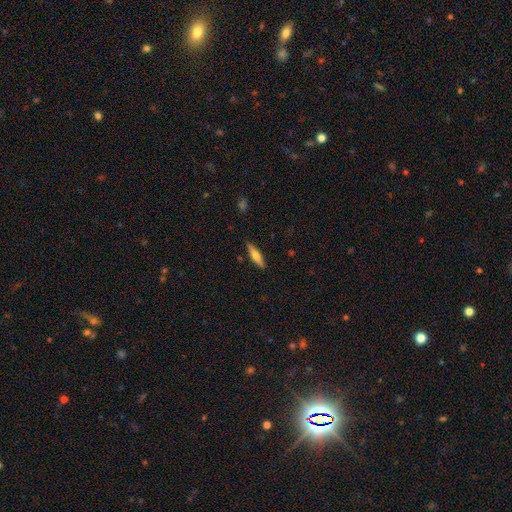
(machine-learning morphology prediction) smooth-or-featured: smooth: 56% | featured or disk: 38% | star or artifact: 6%
  how-rounded: cigar-shaped: 74% | in between: 24% | round: 2%
  merging: none: 88% | minor disturbance: 9% | major disturbance: 2% | merger: 1%